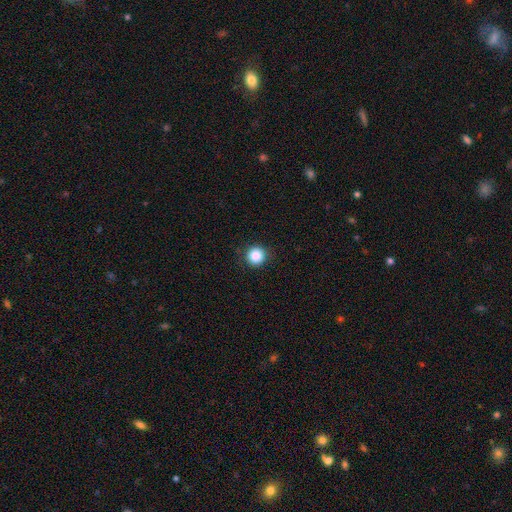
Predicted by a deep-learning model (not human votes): Smooth or featured: smooth — 87% (star or artifact — 10%)
How rounded: round — 96% (in between — 3%)
Merging: none — 91% (minor disturbance — 6%)